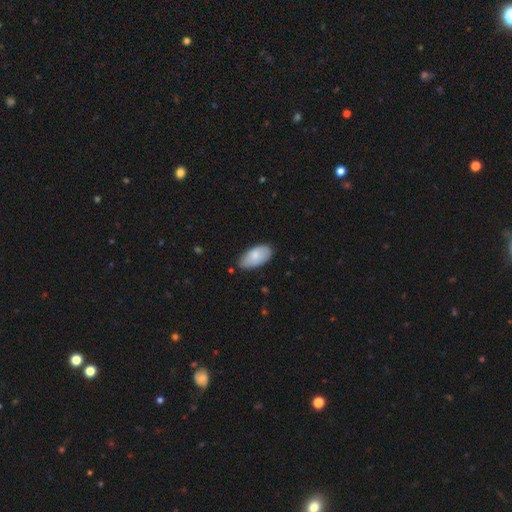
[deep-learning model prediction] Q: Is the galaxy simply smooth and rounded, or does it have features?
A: smooth — 82%.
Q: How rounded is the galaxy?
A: in between — 95%.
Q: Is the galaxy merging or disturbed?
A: none — 75%.